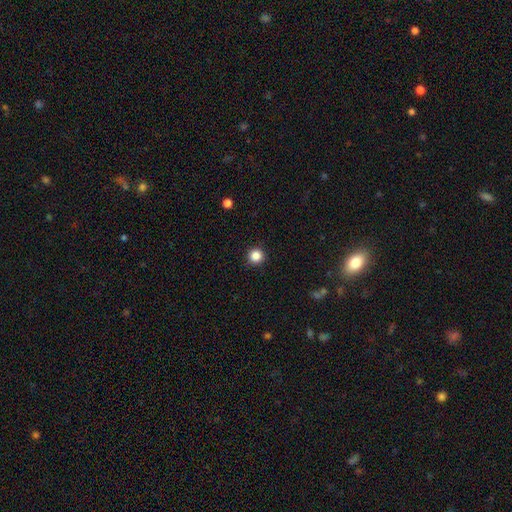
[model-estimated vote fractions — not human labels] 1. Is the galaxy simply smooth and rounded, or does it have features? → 85% smooth, 12% star or artifact, 3% featured or disk.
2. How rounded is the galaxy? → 95% round, 4% in between, 1% cigar-shaped.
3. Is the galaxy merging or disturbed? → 92% none, 5% minor disturbance, 2% major disturbance, 1% merger.